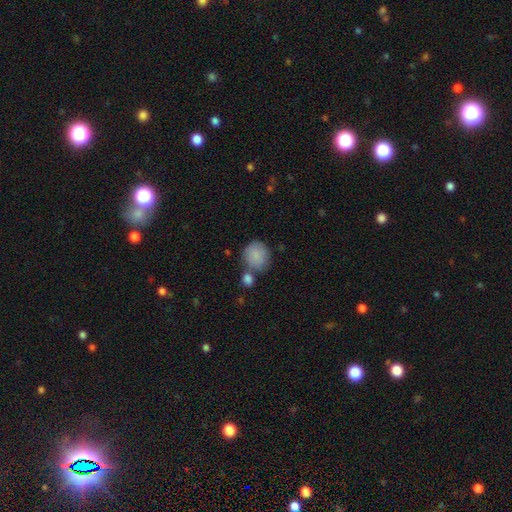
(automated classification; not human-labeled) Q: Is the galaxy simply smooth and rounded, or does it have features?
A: smooth — 86%.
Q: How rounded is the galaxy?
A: round — 81%.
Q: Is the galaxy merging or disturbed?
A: none — 57%.